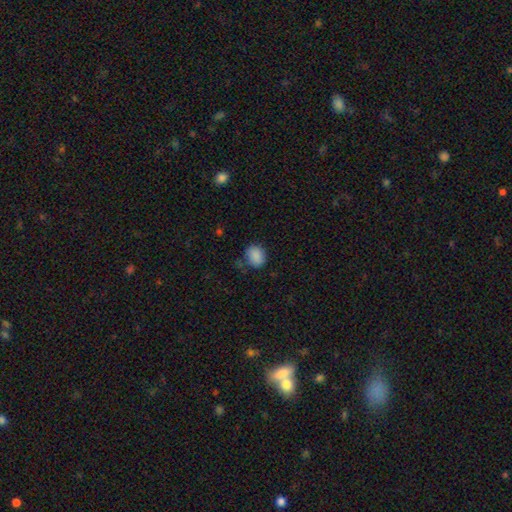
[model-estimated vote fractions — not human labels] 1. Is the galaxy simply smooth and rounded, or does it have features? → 87% smooth, 9% star or artifact, 4% featured or disk.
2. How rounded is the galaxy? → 54% round, 45% in between, 1% cigar-shaped.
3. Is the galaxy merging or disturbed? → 72% none, 19% minor disturbance, 5% major disturbance, 4% merger.